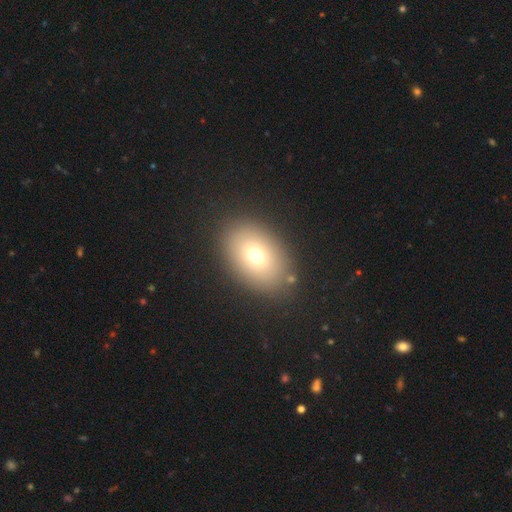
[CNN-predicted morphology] smooth-or-featured: smooth: 72% | featured or disk: 15% | star or artifact: 13%
  how-rounded: in between: 79% | round: 19% | cigar-shaped: 1%
  merging: none: 87% | minor disturbance: 8% | major disturbance: 3% | merger: 2%